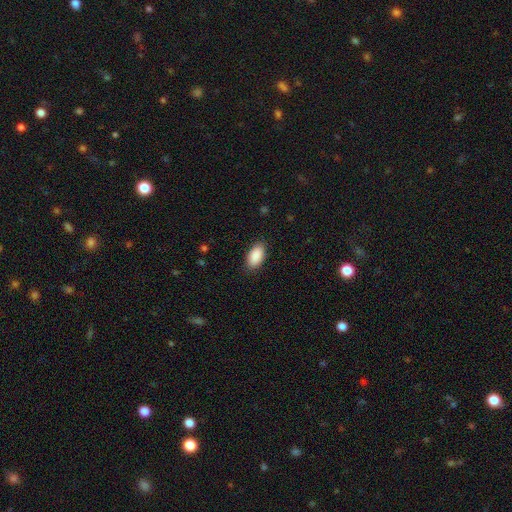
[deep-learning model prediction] Smooth or featured? Predicted: smooth (p=0.91). How rounded? Predicted: in between (p=0.94). Merging? Predicted: none (p=0.87).